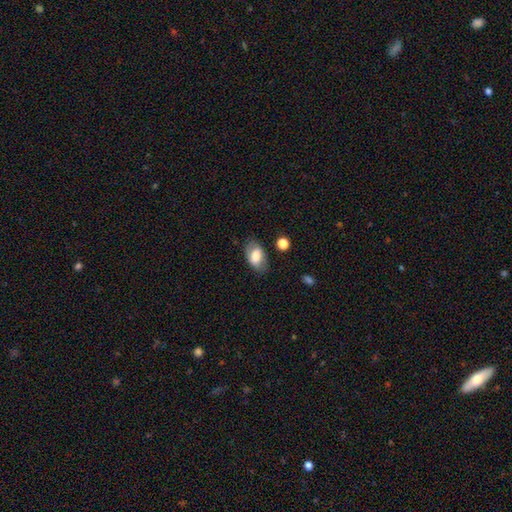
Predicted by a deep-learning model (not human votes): Smooth or featured? Predicted: smooth (p=0.69). How rounded? Predicted: in between (p=0.91). Merging? Predicted: none (p=0.76).